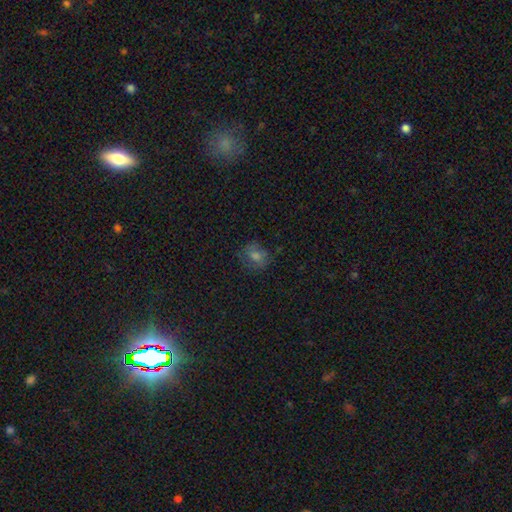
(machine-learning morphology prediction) smooth 60%, star or artifact 23%, featured or disk 17%. Down the decision tree: how rounded — round (68%); merging — none (74%).